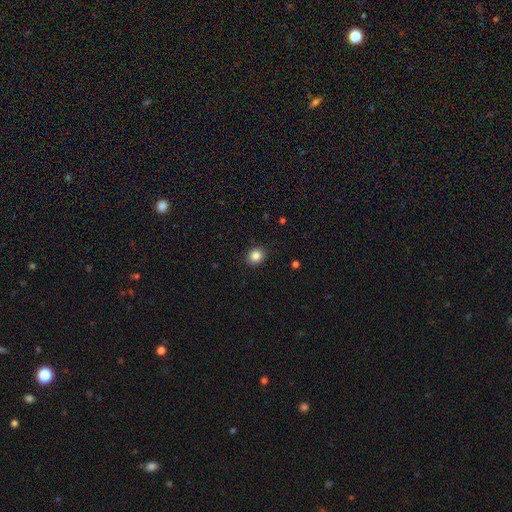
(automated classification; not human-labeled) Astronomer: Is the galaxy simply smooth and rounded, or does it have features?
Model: smooth — 85%.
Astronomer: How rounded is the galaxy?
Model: round — 74%.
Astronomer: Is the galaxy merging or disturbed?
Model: none — 91%.